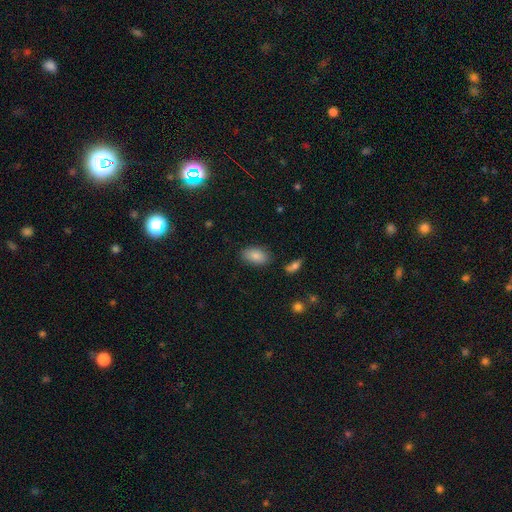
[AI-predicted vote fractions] Morphology: type=smooth (85%); roundness=in between (93%); merging=none (82%).